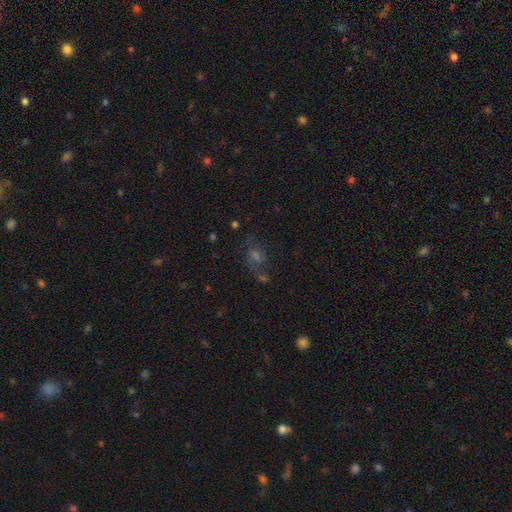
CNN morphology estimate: A star or artifact, not a galaxy (36%).

Vote fractions:
- Smooth or featured? star or artifact: 36% / smooth: 33% / featured or disk: 31%